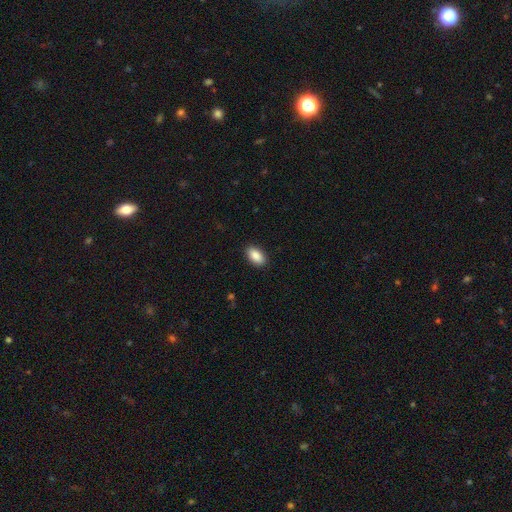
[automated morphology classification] type=smooth (90%); roundness=in between (93%); merging=none (89%).